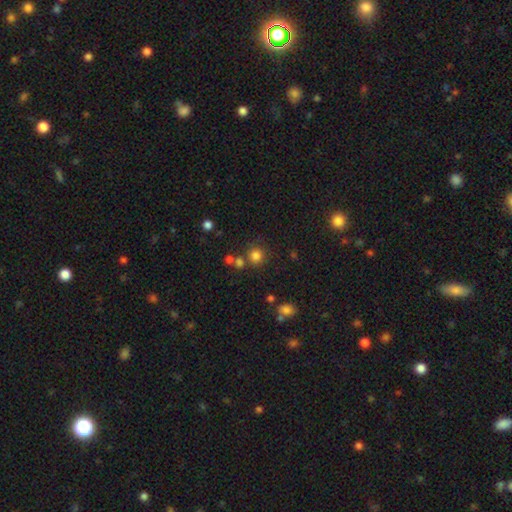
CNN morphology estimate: A smooth galaxy with no disk features (79%) that is round (92%). Merging: none (74%).